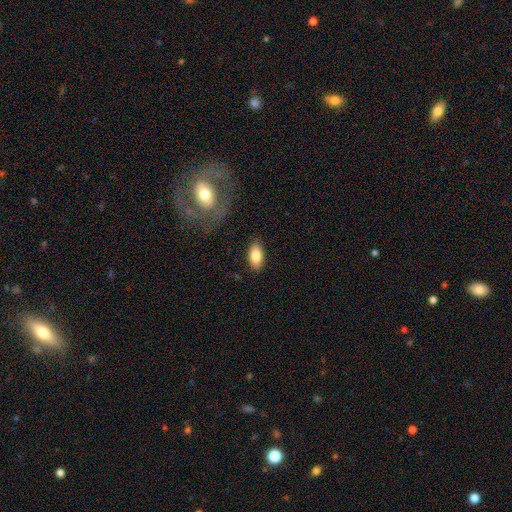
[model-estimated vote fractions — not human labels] A smooth galaxy with no disk features (83%) that is in between round and cigar-shaped (91%).

Vote fractions:
- Smooth or featured? smooth: 83% / featured or disk: 11% / star or artifact: 7%
- How rounded? in between: 91% / cigar-shaped: 6% / round: 3%
- Merging? none: 87% / minor disturbance: 9% / major disturbance: 2% / merger: 1%